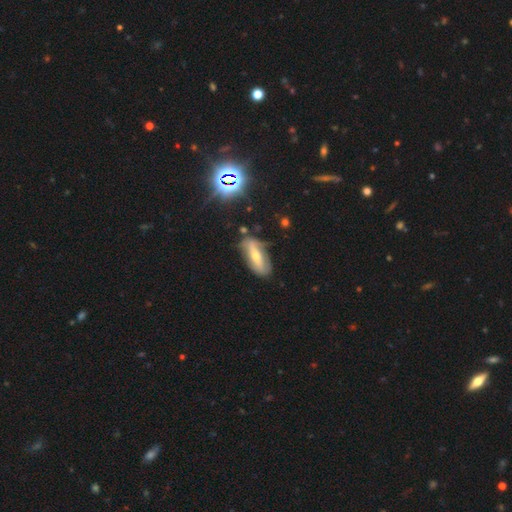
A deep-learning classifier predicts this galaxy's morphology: smooth_or_featured: featured or disk (p=0.51) [alt: smooth p=0.40]
disk_edge_on: no (p=0.68) [alt: yes p=0.32]
merging: none (p=0.64) [alt: minor disturbance p=0.24]